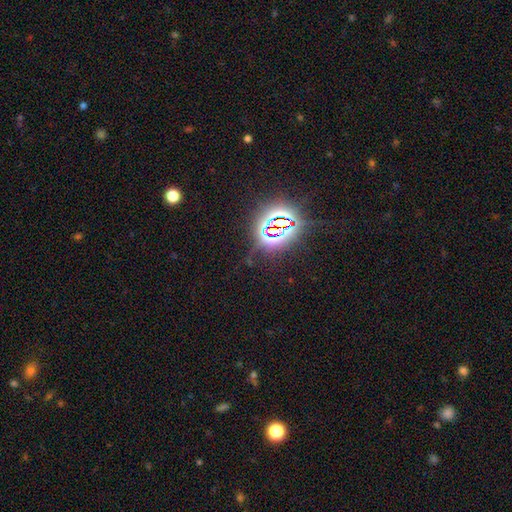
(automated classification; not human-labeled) A star or artifact, not a galaxy (80%).